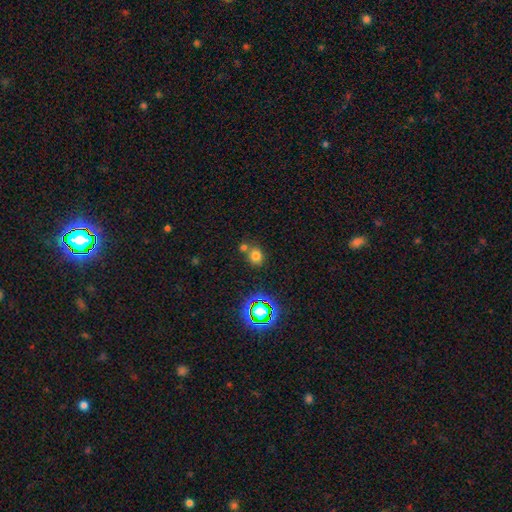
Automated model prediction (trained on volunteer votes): Smooth or featured? smooth (71%)
How rounded? round (69%)
Merging? none (60%)